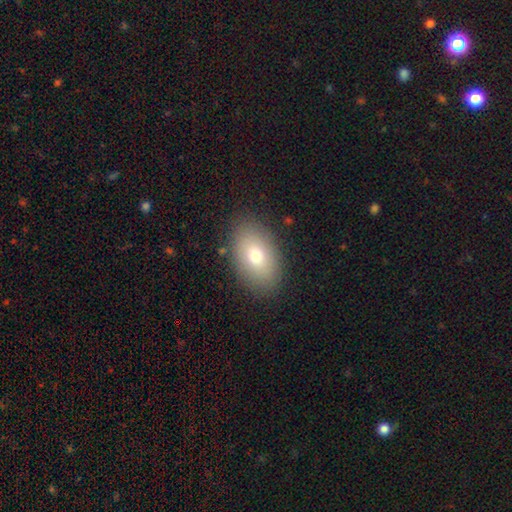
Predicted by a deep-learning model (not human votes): A smooth galaxy with no disk features (73%) that is in between round and cigar-shaped (87%).

Vote fractions:
- Smooth or featured? smooth: 73% / featured or disk: 17% / star or artifact: 10%
- How rounded? in between: 87% / round: 12% / cigar-shaped: 1%
- Merging? none: 86% / minor disturbance: 9% / major disturbance: 3% / merger: 1%